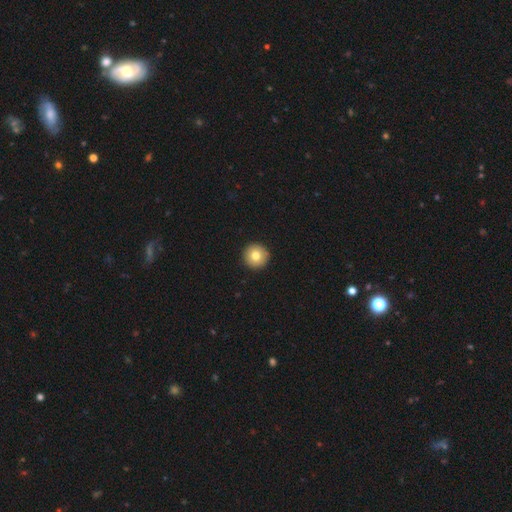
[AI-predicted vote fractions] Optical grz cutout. It shows a smooth galaxy with no disk features (79%) that is round (96%). Merging: none (94%).